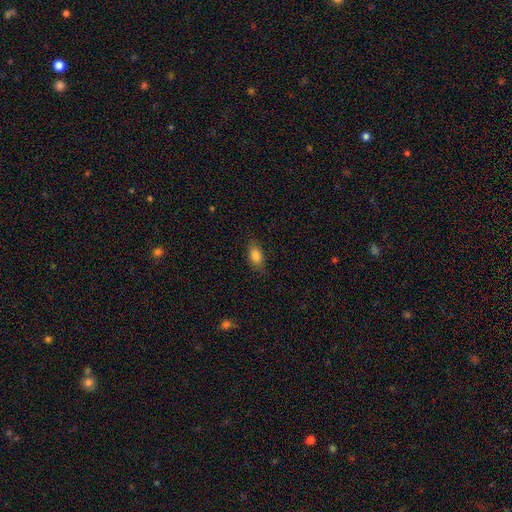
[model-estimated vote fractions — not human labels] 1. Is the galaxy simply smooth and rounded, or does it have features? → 83% smooth, 9% featured or disk, 8% star or artifact.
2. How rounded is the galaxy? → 86% in between, 7% round, 7% cigar-shaped.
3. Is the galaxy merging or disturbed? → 81% none, 15% minor disturbance, 4% major disturbance, 1% merger.